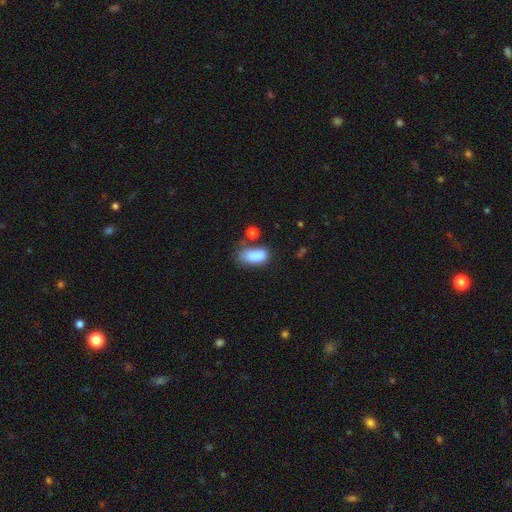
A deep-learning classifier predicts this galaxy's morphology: Smooth or featured? Predicted: smooth (p=0.80). How rounded? Predicted: in between (p=0.87). Merging? Predicted: none (p=0.36).